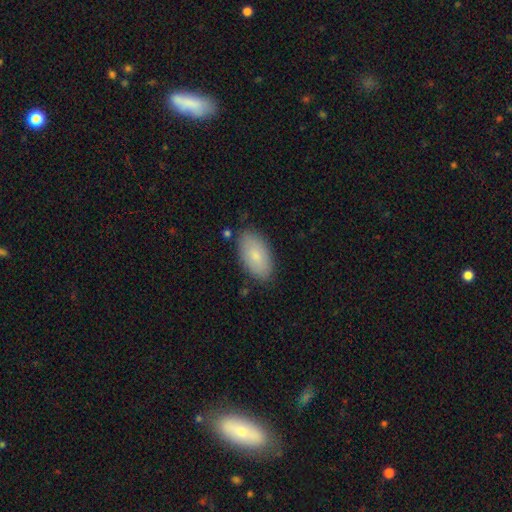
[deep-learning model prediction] The model was most divided on "smooth or featured": smooth: 81%, featured or disk: 13%, star or artifact: 6%. More confident: how rounded — in between (95%); merging — none (82%).